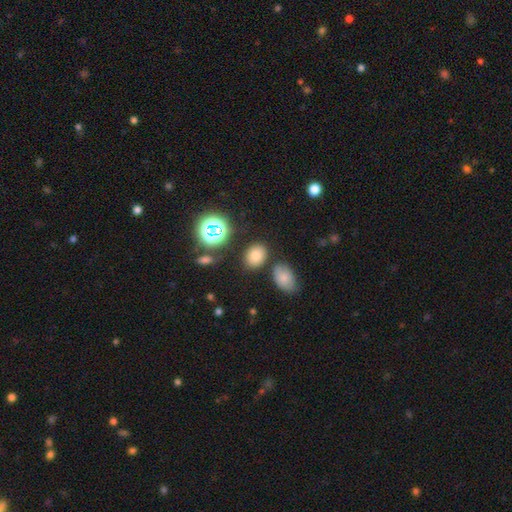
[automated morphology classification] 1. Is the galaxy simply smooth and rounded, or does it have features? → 75% smooth, 17% star or artifact, 8% featured or disk.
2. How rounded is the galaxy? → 61% in between, 38% round, 1% cigar-shaped.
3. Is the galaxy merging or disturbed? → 79% none, 10% minor disturbance, 7% merger, 3% major disturbance.